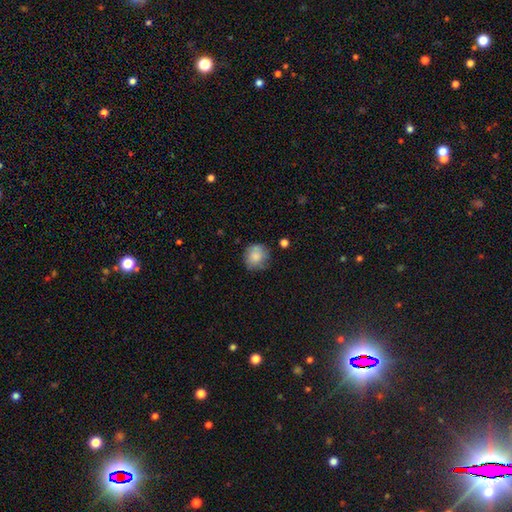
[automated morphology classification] Smooth or featured? Predicted: smooth (p=0.79). How rounded? Predicted: round (p=0.82). Merging? Predicted: none (p=0.68).